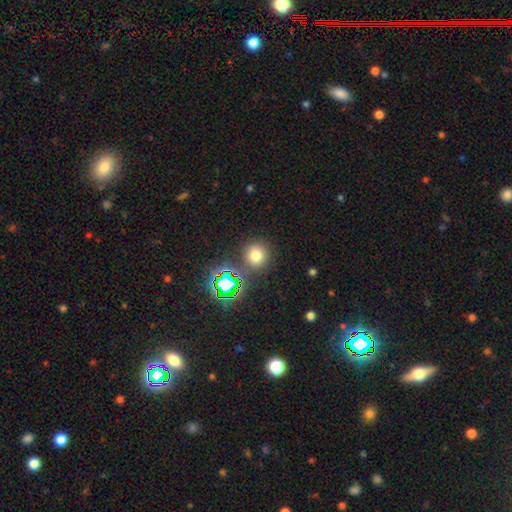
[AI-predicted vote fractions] A smooth galaxy with no disk features (67%) that is round (91%). Merging: none (82%).